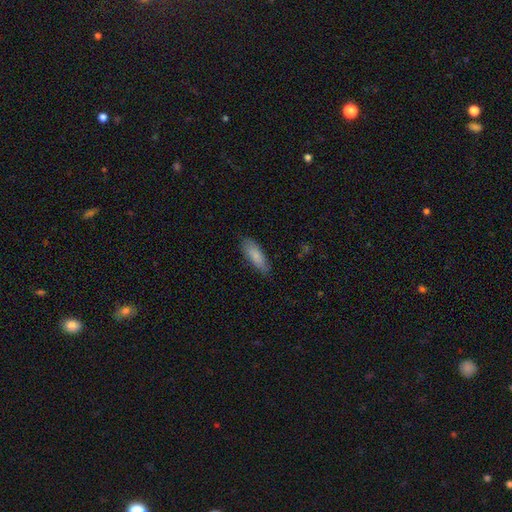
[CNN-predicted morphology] Q: Smooth or featured?
A: smooth (84%); runner-up: featured or disk (11%)
Q: How rounded?
A: in between (55%); runner-up: cigar-shaped (43%)
Q: Merging?
A: none (81%); runner-up: minor disturbance (15%)